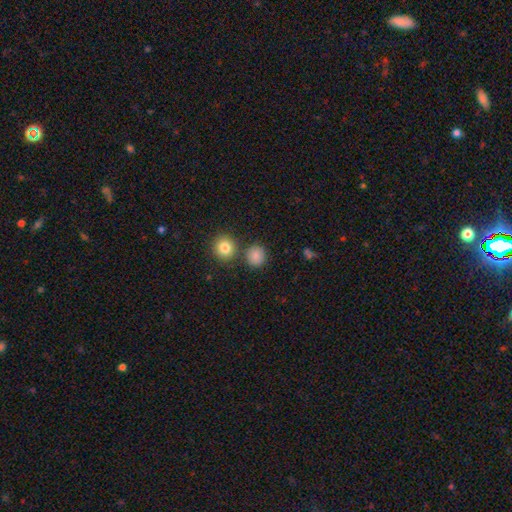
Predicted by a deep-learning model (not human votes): Smooth or featured? Predicted: smooth (p=0.84). How rounded? Predicted: round (p=0.88). Merging? Predicted: none (p=0.80).